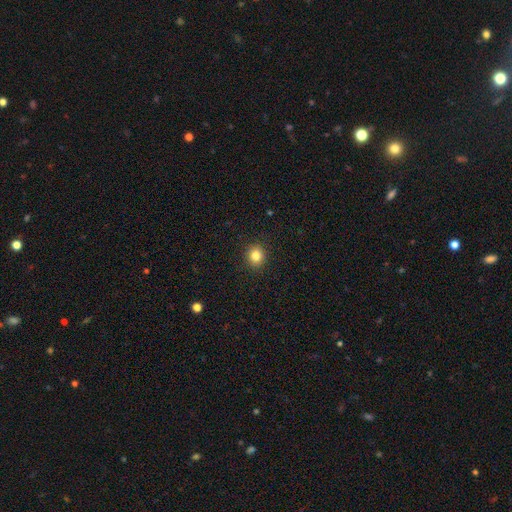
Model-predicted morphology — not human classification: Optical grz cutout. It shows a smooth galaxy with no disk features (83%) that is round (83%). Merging: none (92%).